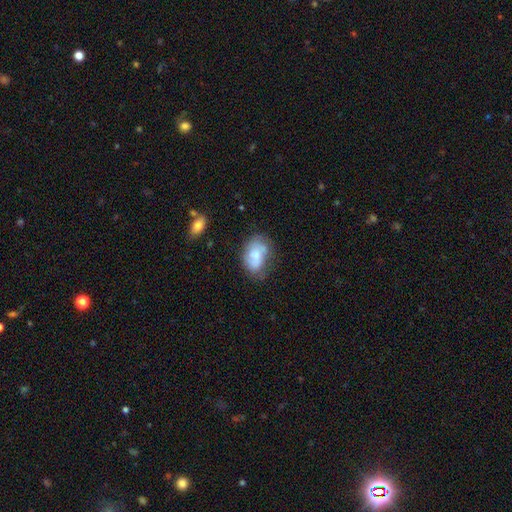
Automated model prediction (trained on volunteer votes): Smooth or featured? Predicted: smooth (p=0.57). How rounded? Predicted: in between (p=0.83). Merging? Predicted: none (p=0.47).